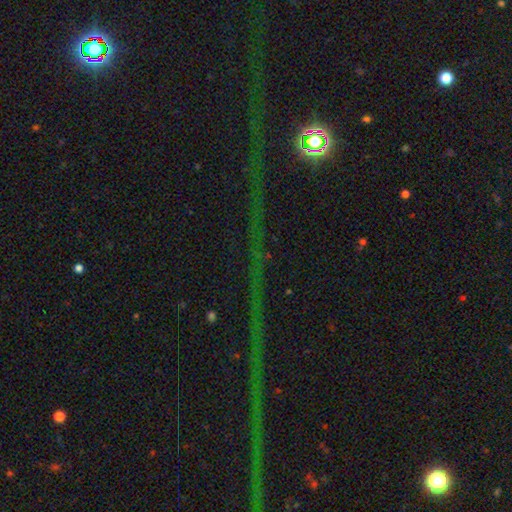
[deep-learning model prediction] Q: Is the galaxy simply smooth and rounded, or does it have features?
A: star or artifact — 78%.